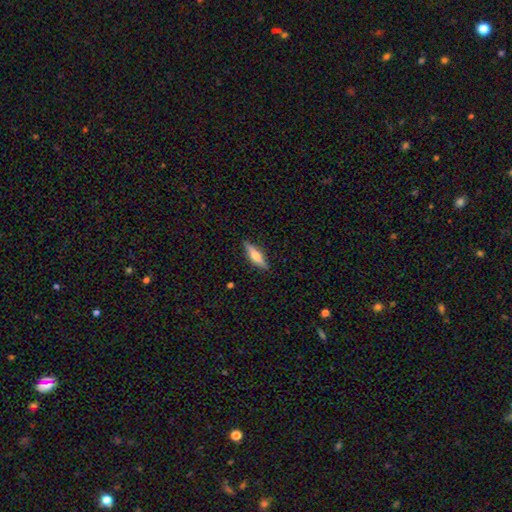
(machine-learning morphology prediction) The model was most divided on "smooth or featured": smooth: 48%, featured or disk: 46%, star or artifact: 6%. More confident: merging — none (88%).